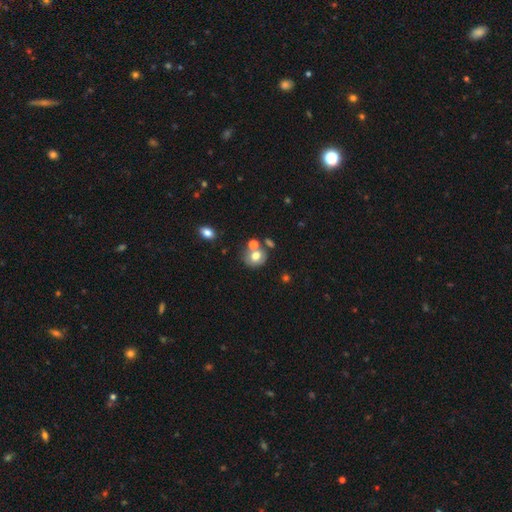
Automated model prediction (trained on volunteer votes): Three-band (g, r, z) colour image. It shows a smooth galaxy with no disk features (68%) that is round (69%). Merging: none (52%).